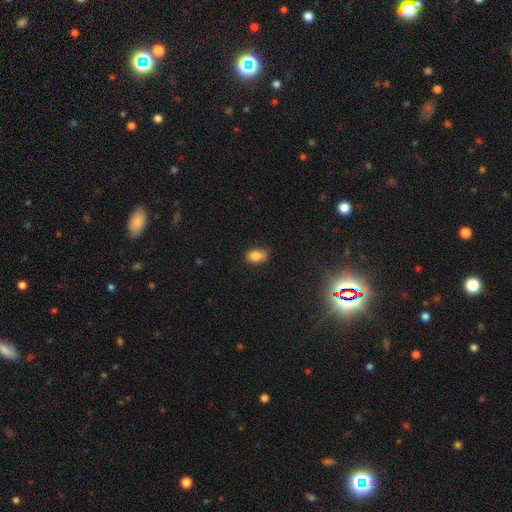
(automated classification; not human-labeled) smooth 84%, star or artifact 9%, featured or disk 7%. Down the decision tree: how rounded — in between (88%); merging — none (68%).